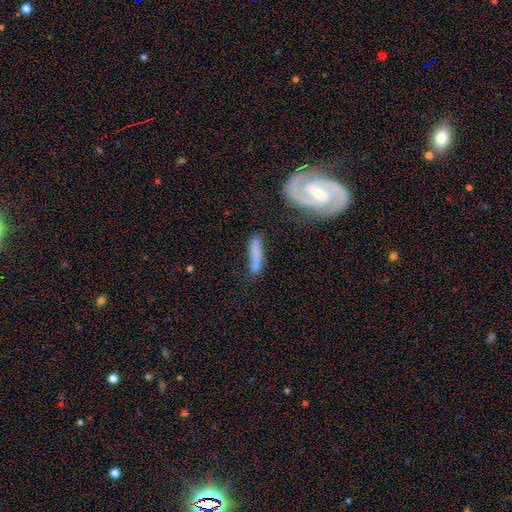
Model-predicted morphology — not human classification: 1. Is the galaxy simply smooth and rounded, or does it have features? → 48% smooth, 43% featured or disk, 9% star or artifact.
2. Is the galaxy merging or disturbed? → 59% none, 22% minor disturbance, 10% major disturbance, 9% merger.